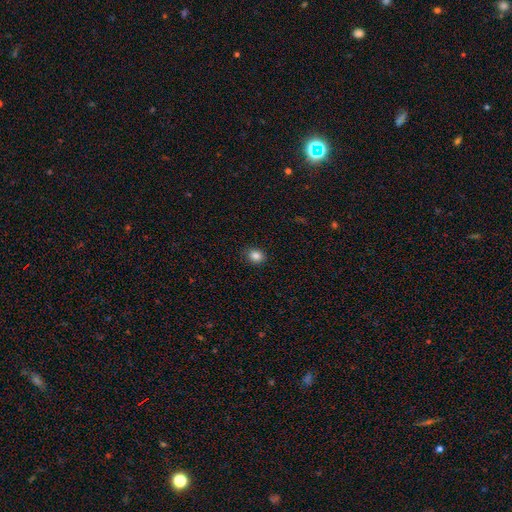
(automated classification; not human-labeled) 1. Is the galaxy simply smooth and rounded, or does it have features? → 85% smooth, 10% star or artifact, 5% featured or disk.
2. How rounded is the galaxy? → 53% round, 46% in between, 1% cigar-shaped.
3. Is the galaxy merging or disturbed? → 89% none, 8% minor disturbance, 2% major disturbance, 1% merger.